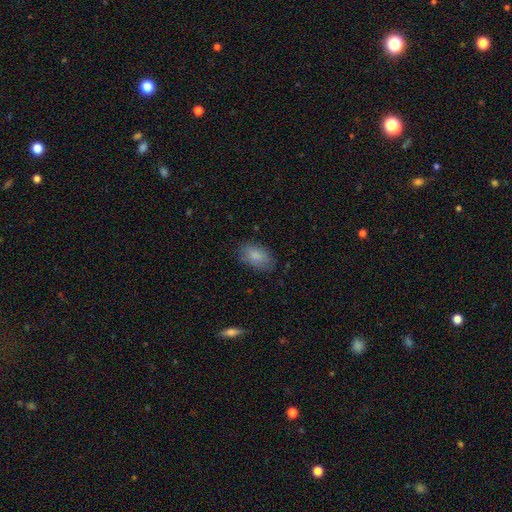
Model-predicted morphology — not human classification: smooth 84%, featured or disk 9%, star or artifact 7%. Down the decision tree: how rounded — in between (92%); merging — none (77%).